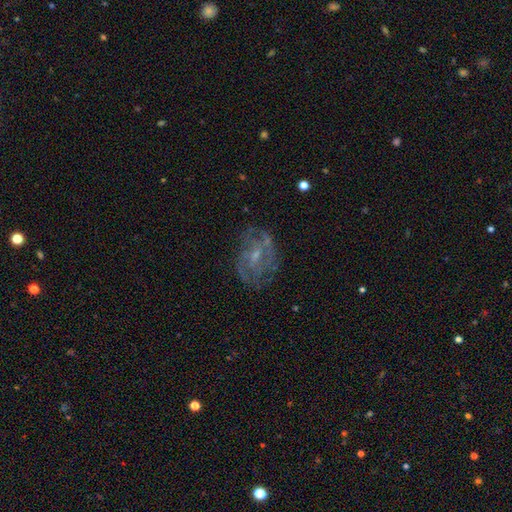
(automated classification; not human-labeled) featured or disk 75%, smooth 16%, star or artifact 9%. Down the decision tree: edge-on disk — no (97%); bar — no (46%); spiral arms — yes (77%); spiral arm count — can't tell (39%); spiral winding — medium (43%); bulge size — small (63%); merging — none (67%).